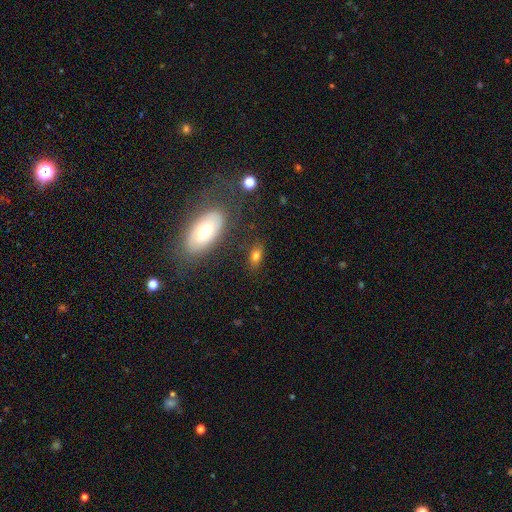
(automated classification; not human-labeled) A smooth galaxy with no disk features (74%) that is in between round and cigar-shaped (83%). Merging: none (77%).